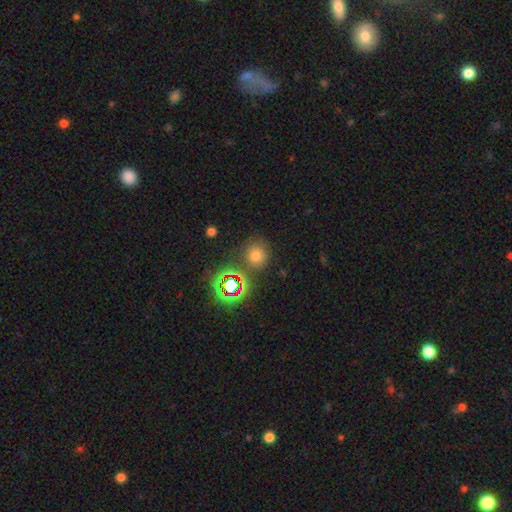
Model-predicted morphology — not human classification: Smooth or featured: smooth — 66% (star or artifact — 27%)
How rounded: round — 83% (in between — 16%)
Merging: none — 79% (minor disturbance — 10%)